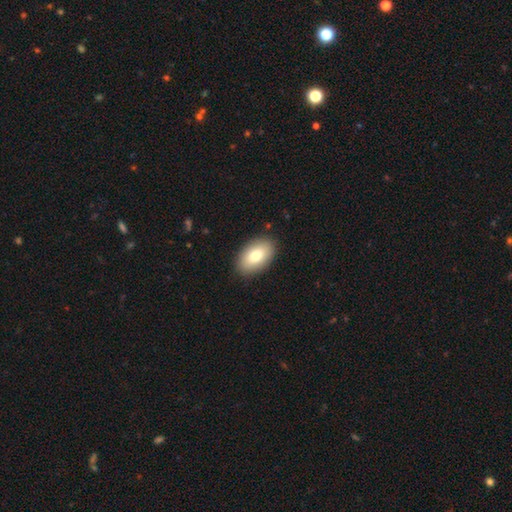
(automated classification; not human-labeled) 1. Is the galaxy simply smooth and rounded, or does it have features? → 80% smooth, 13% featured or disk, 6% star or artifact.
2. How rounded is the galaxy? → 94% in between, 5% round, 1% cigar-shaped.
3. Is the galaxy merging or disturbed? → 88% none, 8% minor disturbance, 2% major disturbance, 1% merger.